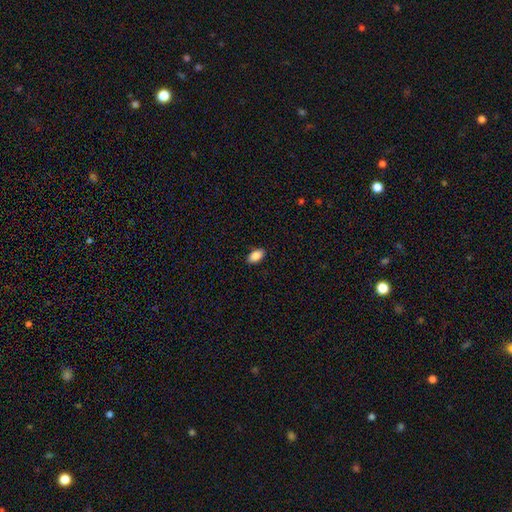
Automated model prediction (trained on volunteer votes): Overall: smooth (88%). How rounded: in between (93%). Merging: none (89%).